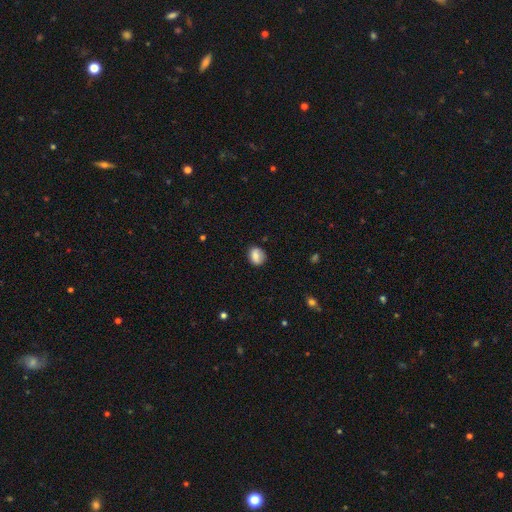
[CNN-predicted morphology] type=smooth (81%); roundness=round (52%); merging=none (77%).